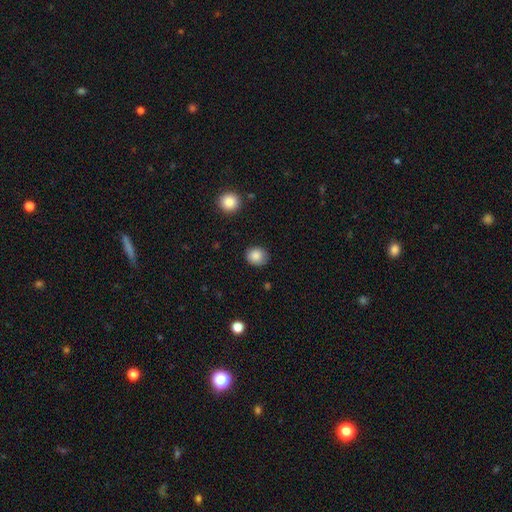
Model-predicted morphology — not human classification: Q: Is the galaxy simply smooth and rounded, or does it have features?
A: smooth — 87%.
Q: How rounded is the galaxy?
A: round — 70%.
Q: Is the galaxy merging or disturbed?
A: none — 84%.